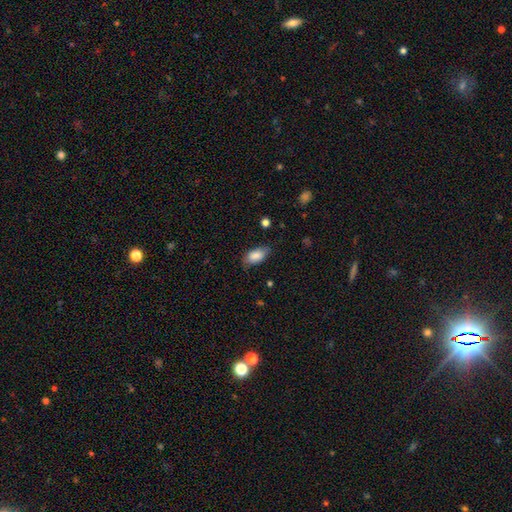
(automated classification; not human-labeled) smooth-or-featured: smooth: 84% | featured or disk: 9% | star or artifact: 7%
  how-rounded: in between: 90% | cigar-shaped: 6% | round: 4%
  merging: none: 73% | minor disturbance: 21% | major disturbance: 5% | merger: 1%